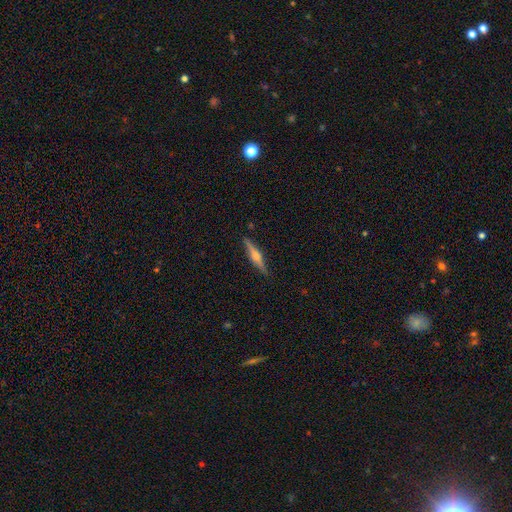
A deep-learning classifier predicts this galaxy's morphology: This is likely a featured or disk galaxy (66%). It is clearly viewed edge-on (98%). Edge-on bulge: likely rounded (80%). Merging: clearly none (89%).